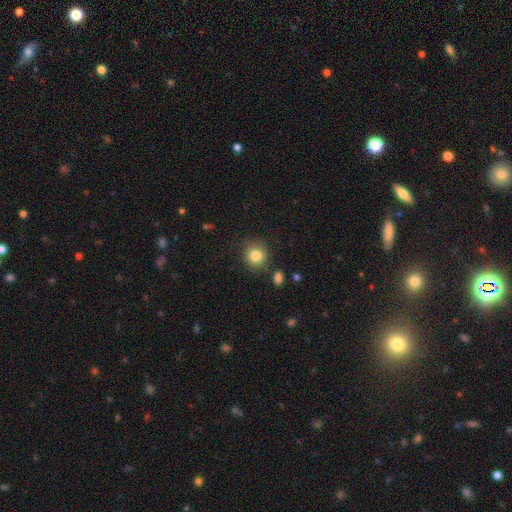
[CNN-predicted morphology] smooth_or_featured: smooth (p=0.83) [alt: star or artifact p=0.10]
how_rounded: round (p=0.88) [alt: in between p=0.11]
merging: none (p=0.80) [alt: minor disturbance p=0.12]